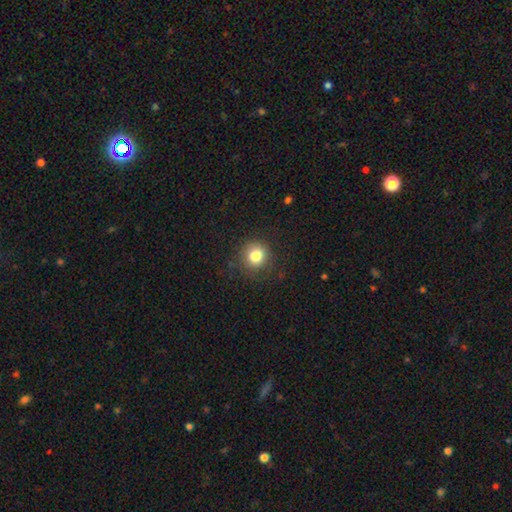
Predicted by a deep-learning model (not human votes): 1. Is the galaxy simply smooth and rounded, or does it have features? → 82% smooth, 11% star or artifact, 6% featured or disk.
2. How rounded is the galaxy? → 89% round, 10% in between, 1% cigar-shaped.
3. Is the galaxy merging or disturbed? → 84% none, 11% minor disturbance, 4% major disturbance, 1% merger.